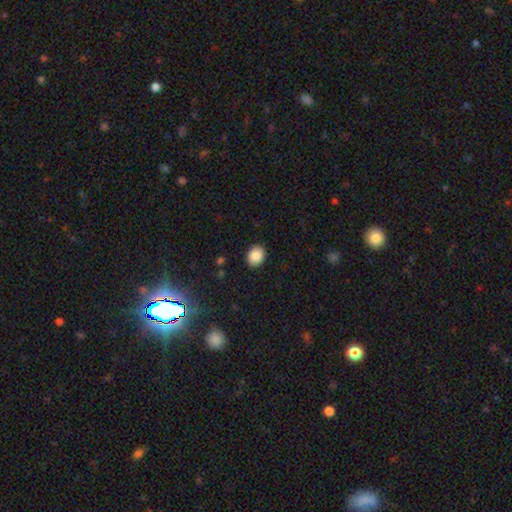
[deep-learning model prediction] A smooth galaxy with no disk features (88%) that is round (52%). Merging: none (90%).